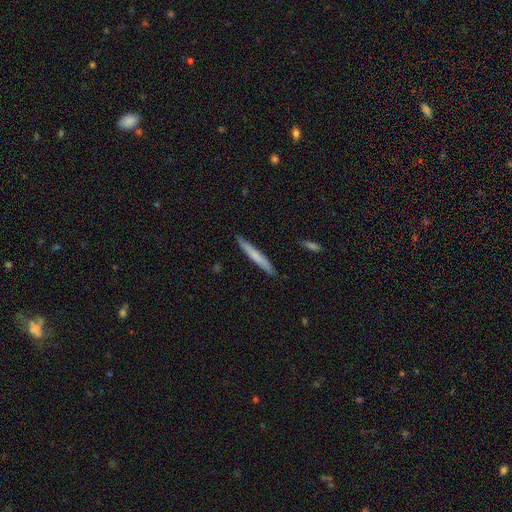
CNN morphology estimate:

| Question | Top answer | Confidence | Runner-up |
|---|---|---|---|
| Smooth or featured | smooth | 68% | featured or disk (27%) |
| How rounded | cigar-shaped | 96% | in between (3%) |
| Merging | none | 89% | minor disturbance (8%) |